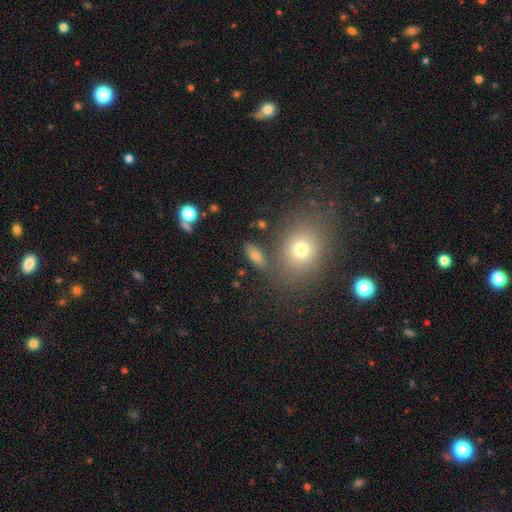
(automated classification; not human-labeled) smooth 76%, star or artifact 13%, featured or disk 11%. Down the decision tree: how rounded — in between (76%); merging — none (75%).